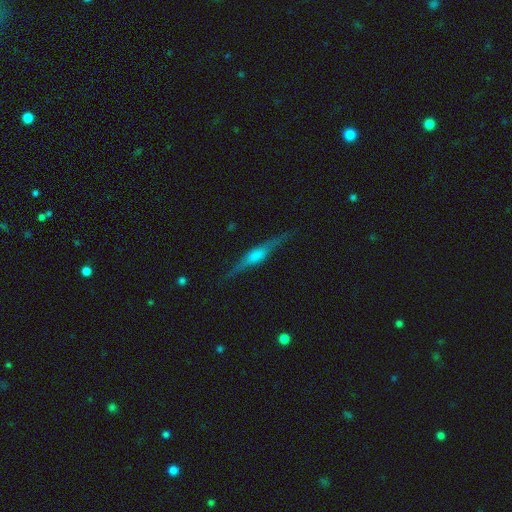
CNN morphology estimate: smooth_or_featured: featured or disk (p=0.80) [alt: smooth p=0.14]
disk_edge_on: yes (p=0.98) [alt: no p=0.02]
edge_on_bulge: rounded (p=0.82) [alt: boxy p=0.13]
merging: none (p=0.88) [alt: minor disturbance p=0.08]